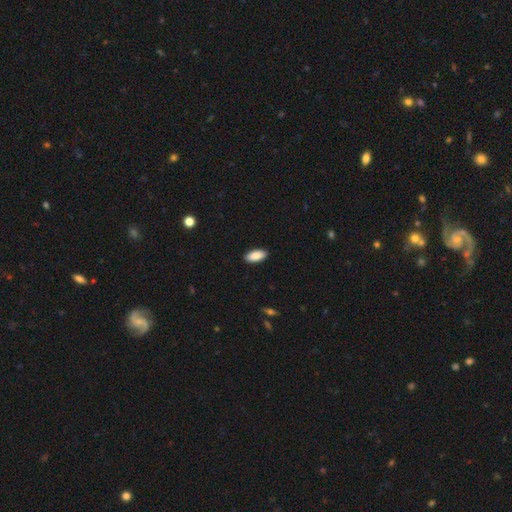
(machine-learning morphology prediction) Overall: smooth (88%). How rounded: in between (90%). Merging: none (90%).